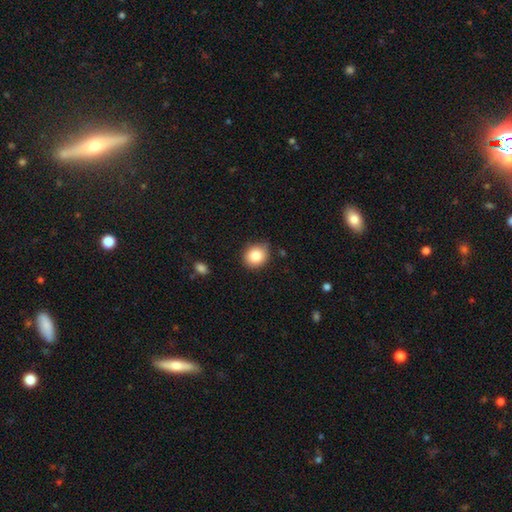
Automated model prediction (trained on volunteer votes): This is clearly a smooth galaxy (83%). How rounded: likely round (72%). Merging: likely none (77%).